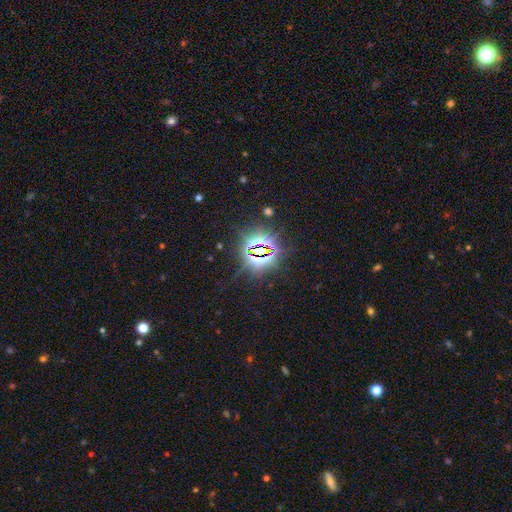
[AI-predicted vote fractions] Smooth or featured? star or artifact (82%)